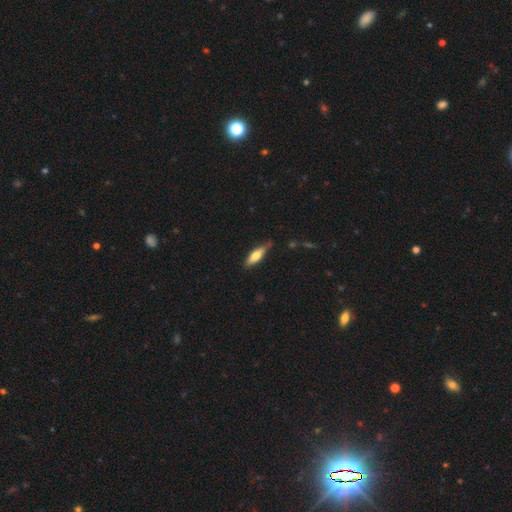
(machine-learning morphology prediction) Smooth or featured? Predicted: smooth (p=0.58). How rounded? Predicted: cigar-shaped (p=0.57). Merging? Predicted: none (p=0.77).